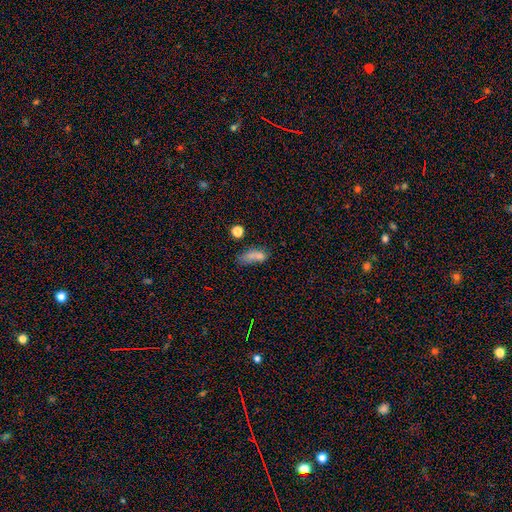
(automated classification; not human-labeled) A smooth galaxy with no disk features (71%) that is in between round and cigar-shaped (72%). Merging: none (36%).